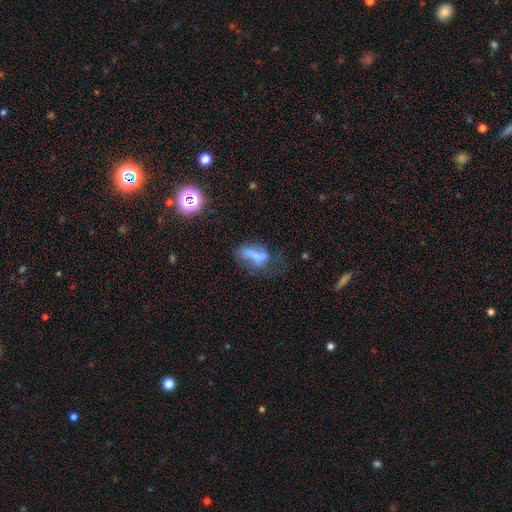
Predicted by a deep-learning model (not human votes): smooth_or_featured: smooth (p=0.54) [alt: featured or disk p=0.32]
how_rounded: in between (p=0.78) [alt: cigar-shaped p=0.13]
merging: major disturbance (p=0.34) [alt: none p=0.29]